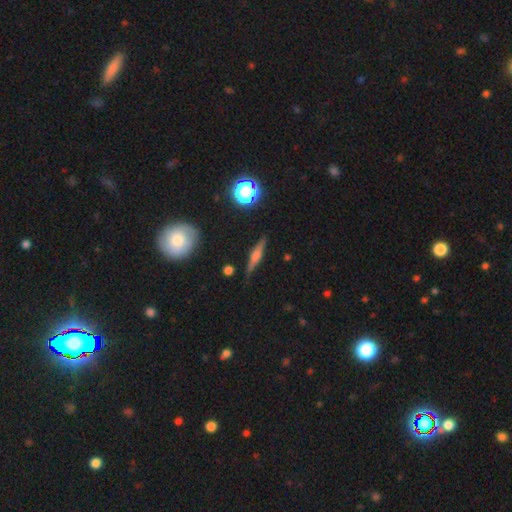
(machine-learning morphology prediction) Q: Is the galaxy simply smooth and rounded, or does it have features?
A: featured or disk — 62%.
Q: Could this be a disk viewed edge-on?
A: yes — 96%.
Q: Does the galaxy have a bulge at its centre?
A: rounded — 72%.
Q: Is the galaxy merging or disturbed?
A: none — 85%.